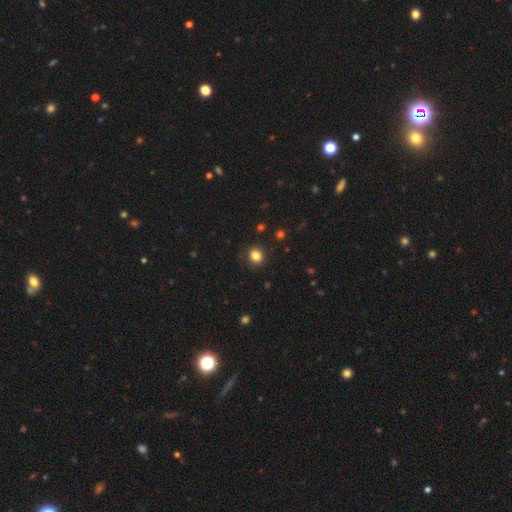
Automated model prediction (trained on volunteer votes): The model was most divided on "how rounded": round: 74%, in between: 25%, cigar-shaped: 1%. More confident: merging — none (88%); smooth or featured — smooth (84%).